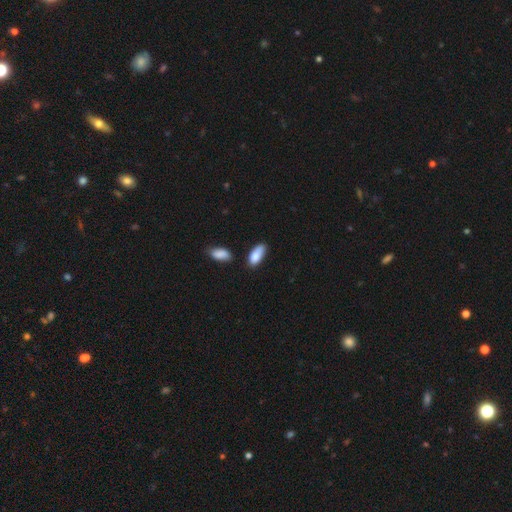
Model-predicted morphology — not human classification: Q: Smooth or featured?
A: smooth (86%); runner-up: featured or disk (8%)
Q: How rounded?
A: in between (87%); runner-up: cigar-shaped (10%)
Q: Merging?
A: none (57%); runner-up: minor disturbance (27%)